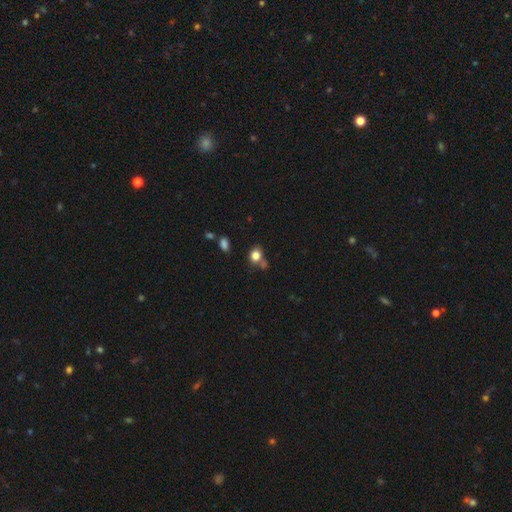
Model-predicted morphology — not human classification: A smooth galaxy with no disk features (81%) that is round (54%).

Vote fractions:
- Smooth or featured? smooth: 81% / star or artifact: 11% / featured or disk: 7%
- How rounded? round: 54% / in between: 44% / cigar-shaped: 1%
- Merging? none: 57% / merger: 20% / minor disturbance: 17% / major disturbance: 6%